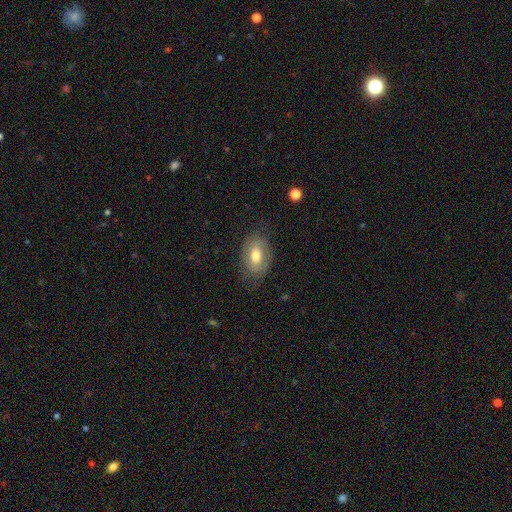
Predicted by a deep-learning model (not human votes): Smooth or featured: smooth — 54% (featured or disk — 39%)
How rounded: in between — 87% (round — 11%)
Merging: none — 72% (minor disturbance — 19%)